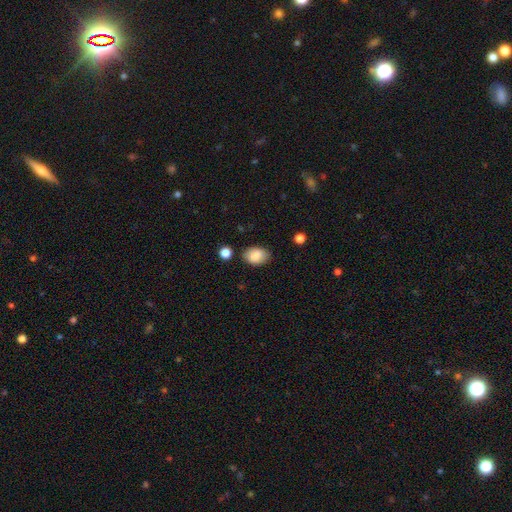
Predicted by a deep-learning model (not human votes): Smooth or featured: smooth — 86% (star or artifact — 7%)
How rounded: in between — 82% (round — 17%)
Merging: none — 79% (minor disturbance — 15%)